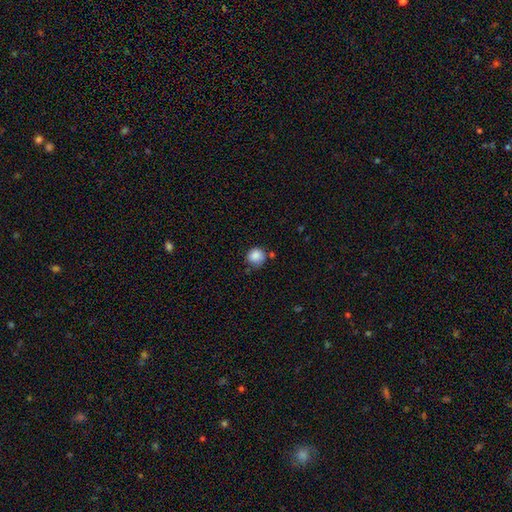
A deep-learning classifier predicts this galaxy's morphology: smooth_or_featured: smooth (p=0.86) [alt: star or artifact p=0.09]
how_rounded: round (p=0.88) [alt: in between p=0.11]
merging: none (p=0.64) [alt: minor disturbance p=0.23]